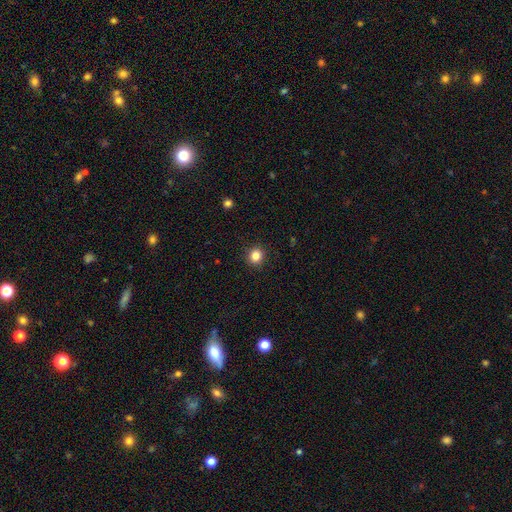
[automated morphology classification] This appears to be a smooth galaxy with no disk features (84%) that is round (89%). Merging: none (92%).